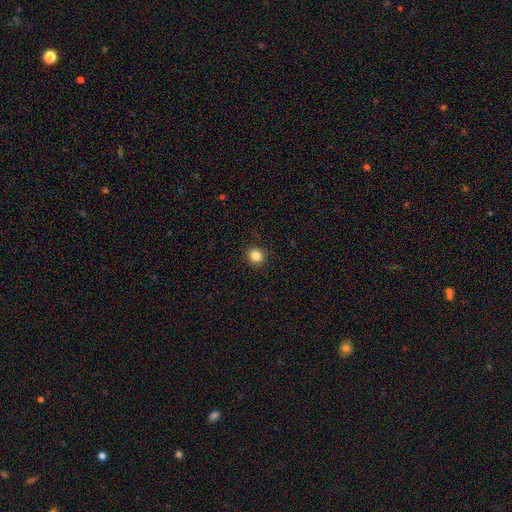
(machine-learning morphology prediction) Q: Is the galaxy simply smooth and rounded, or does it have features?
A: smooth — 85%.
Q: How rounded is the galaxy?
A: round — 88%.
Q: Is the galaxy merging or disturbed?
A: none — 92%.